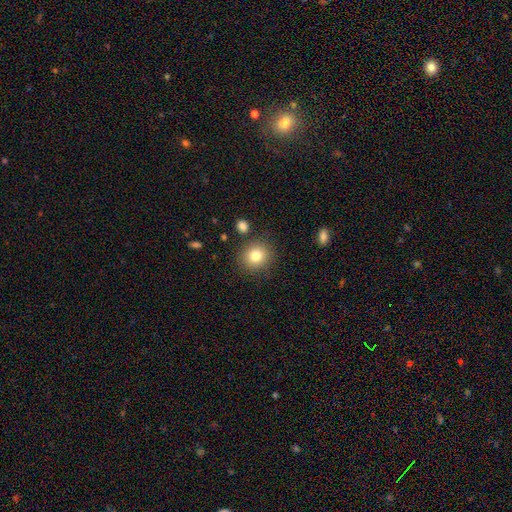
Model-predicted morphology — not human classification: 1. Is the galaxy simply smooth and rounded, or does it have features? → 81% smooth, 11% star or artifact, 9% featured or disk.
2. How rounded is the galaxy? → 84% round, 15% in between, 1% cigar-shaped.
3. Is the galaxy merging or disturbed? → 85% none, 9% minor disturbance, 4% merger, 3% major disturbance.